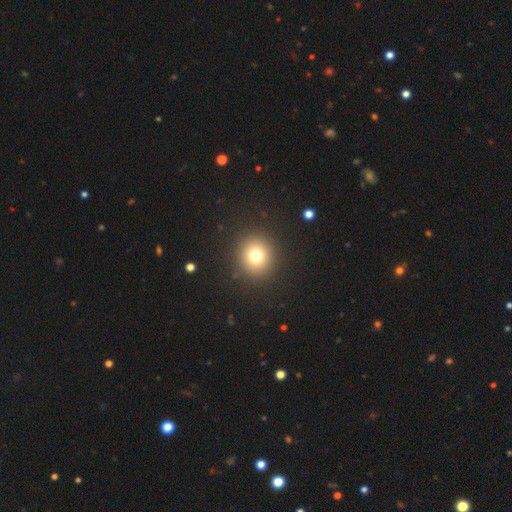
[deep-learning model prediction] Overall: smooth (75%). How rounded: round (92%). Merging: none (91%).